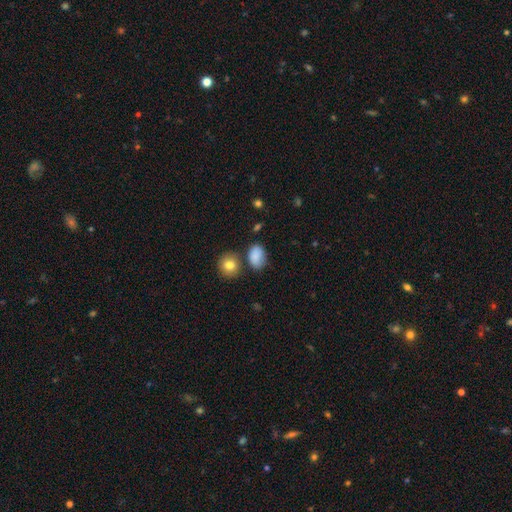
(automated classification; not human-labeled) A smooth galaxy with no disk features (85%) that is in between round and cigar-shaped (81%). Merging: none (63%).